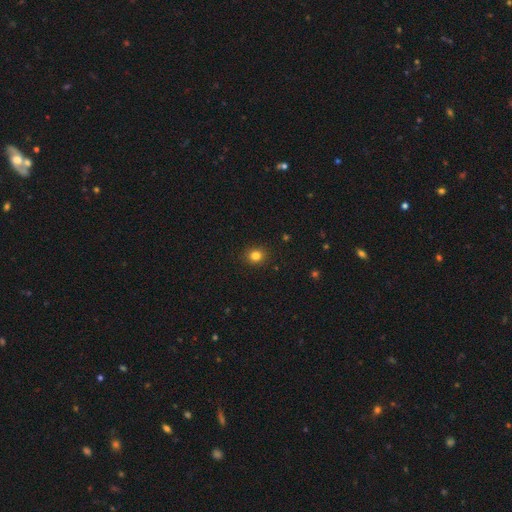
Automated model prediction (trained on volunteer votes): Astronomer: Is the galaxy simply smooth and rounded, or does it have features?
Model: smooth — 82%.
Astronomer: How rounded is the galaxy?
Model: round — 80%.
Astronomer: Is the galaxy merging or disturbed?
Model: none — 91%.